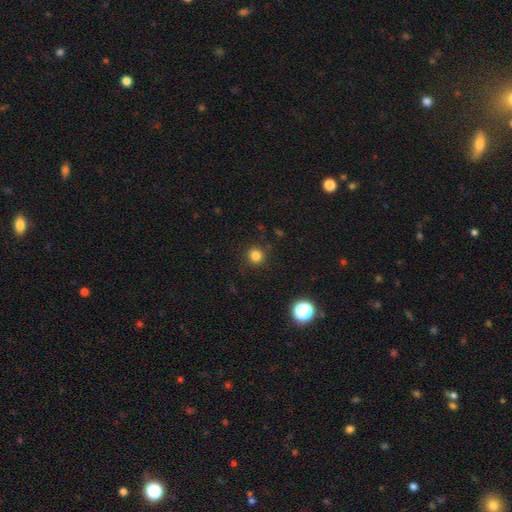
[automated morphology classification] Q: Smooth or featured?
A: smooth (82%); runner-up: star or artifact (14%)
Q: How rounded?
A: round (91%); runner-up: in between (8%)
Q: Merging?
A: none (89%); runner-up: minor disturbance (7%)